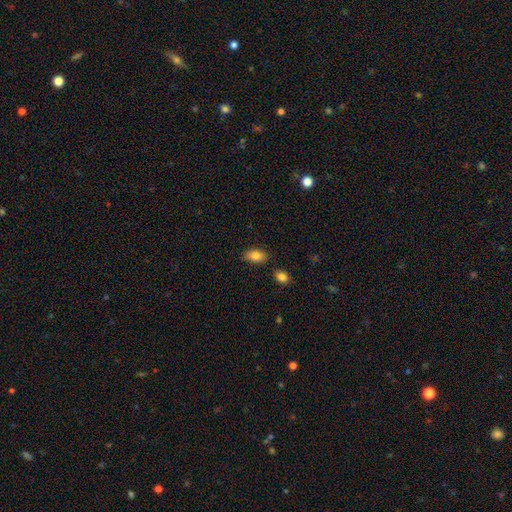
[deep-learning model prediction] A smooth galaxy with no disk features (84%) that is in between round and cigar-shaped (92%). Merging: none (83%).